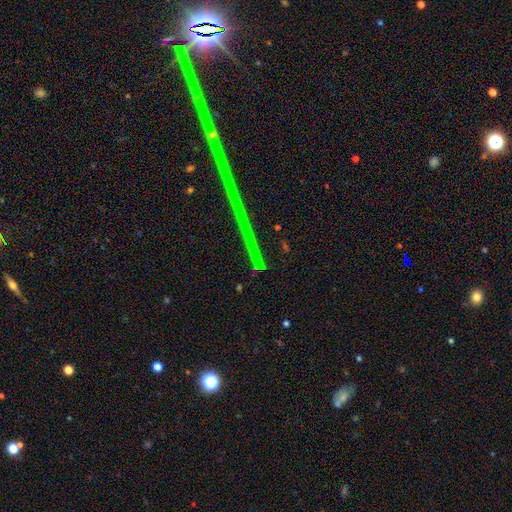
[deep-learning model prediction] Q: Smooth or featured?
A: star or artifact (78%); runner-up: featured or disk (13%)